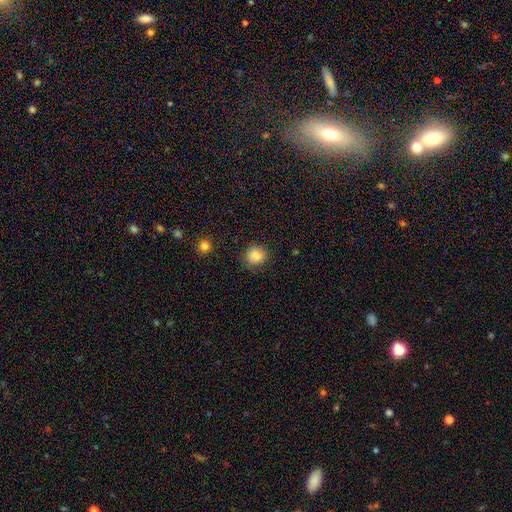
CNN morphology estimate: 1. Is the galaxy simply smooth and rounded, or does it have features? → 85% smooth, 10% star or artifact, 5% featured or disk.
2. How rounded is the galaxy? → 84% round, 15% in between, 1% cigar-shaped.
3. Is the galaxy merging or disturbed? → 87% none, 9% minor disturbance, 2% major disturbance, 1% merger.